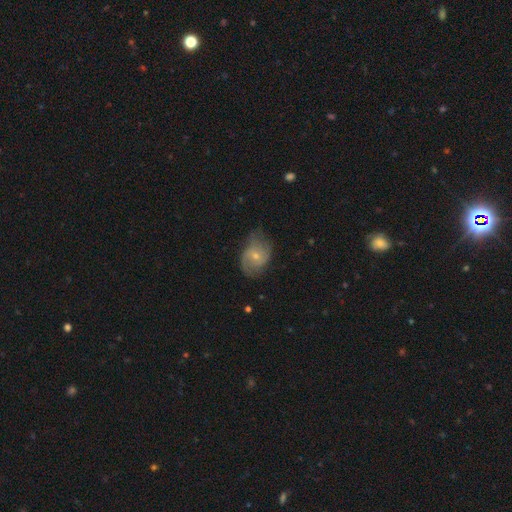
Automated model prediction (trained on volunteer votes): A featured or disk galaxy (61%) with no bar (62%), spiral arms (84%) and a small central bulge (60%). Merging: none (56%).